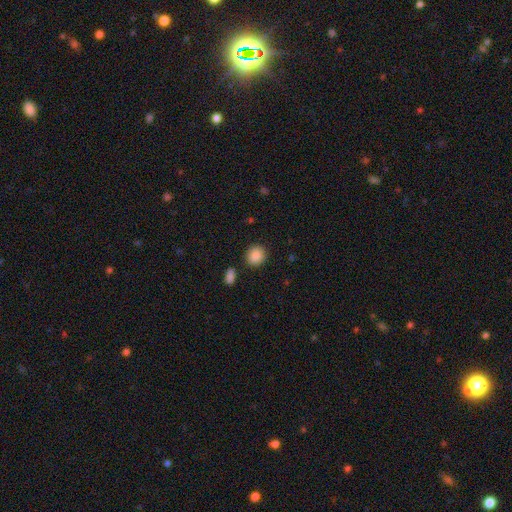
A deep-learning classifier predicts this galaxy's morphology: Smooth or featured? smooth (88%)
How rounded? round (80%)
Merging? none (85%)